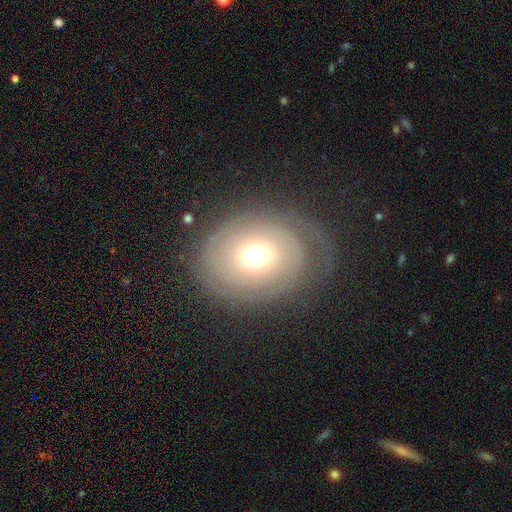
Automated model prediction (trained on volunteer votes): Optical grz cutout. It shows a featured or disk galaxy (57%) with no bar (86%), spiral arms (67%) and a moderate central bulge (61%). Merging: none (67%).